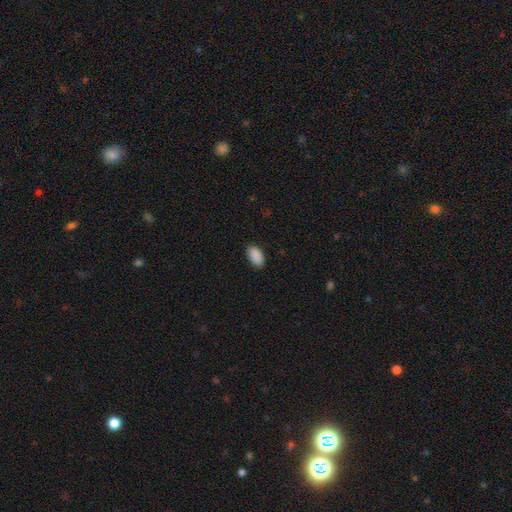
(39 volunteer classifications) Q: Smooth or featured?
A: smooth (95%); runner-up: star or artifact (5%)
Q: How rounded?
A: in between (97%); runner-up: cigar-shaped (3%)
Q: Merging?
A: none (78%); runner-up: minor disturbance (16%)